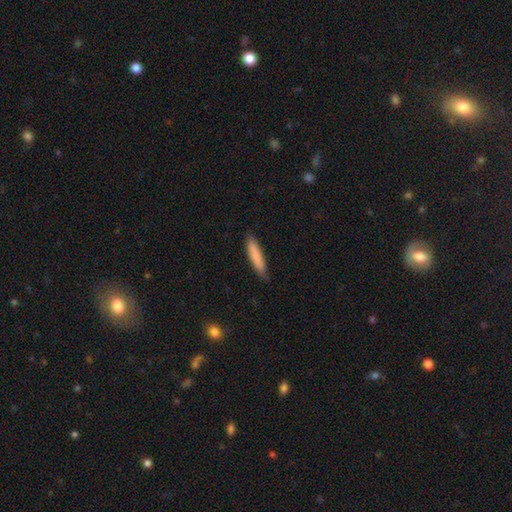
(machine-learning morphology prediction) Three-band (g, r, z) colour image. It shows a smooth galaxy with no disk features (84%) that is cigar-shaped (86%). Merging: none (83%).